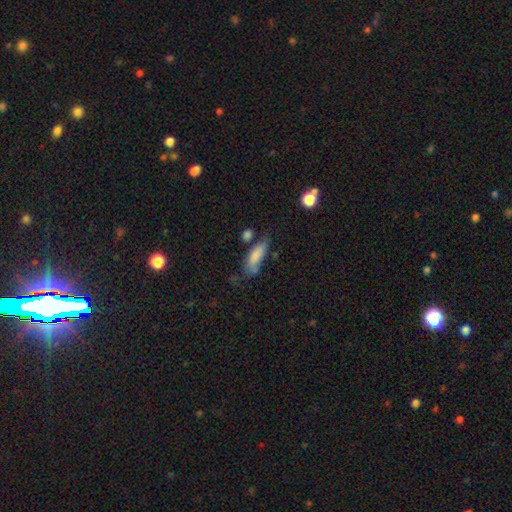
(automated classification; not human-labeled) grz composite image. It shows a smooth galaxy with no disk features (80%) that is in between round and cigar-shaped (59%). Merging: none (45%).